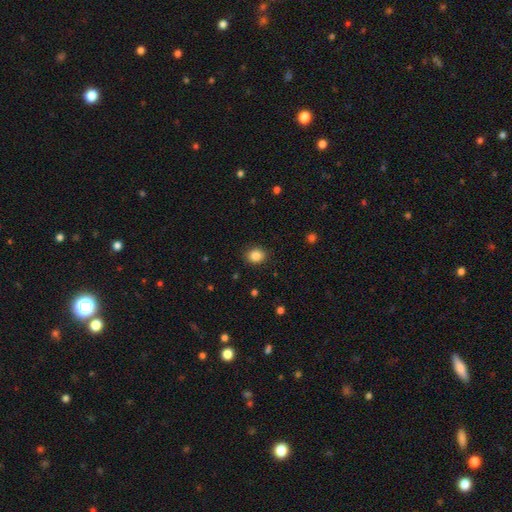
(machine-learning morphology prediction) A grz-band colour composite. It shows a smooth galaxy with no disk features (87%) that is round (59%). Merging: none (89%).